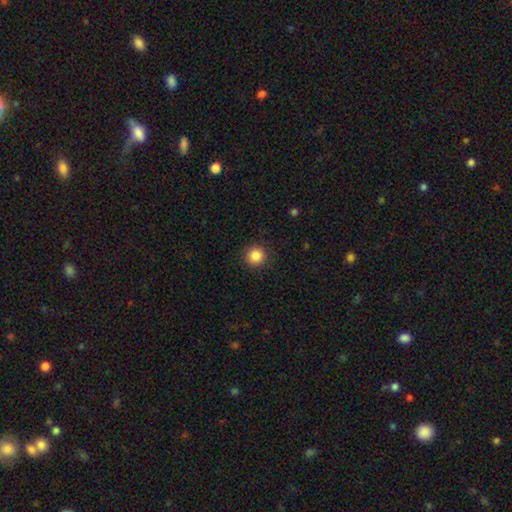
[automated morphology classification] Smooth or featured? smooth (85%)
How rounded? round (94%)
Merging? none (91%)